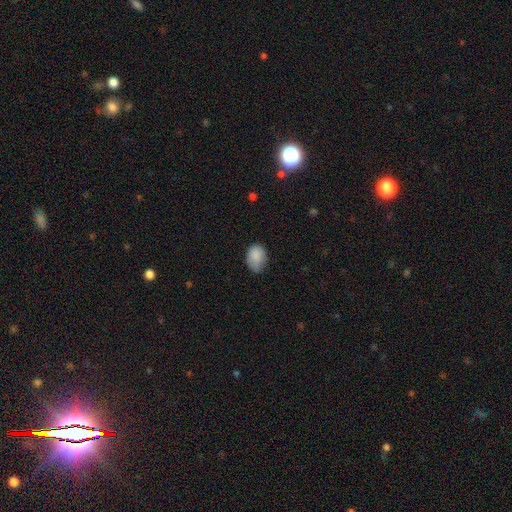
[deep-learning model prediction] Smooth or featured? Predicted: smooth (p=0.86). How rounded? Predicted: in between (p=0.74). Merging? Predicted: none (p=0.55).